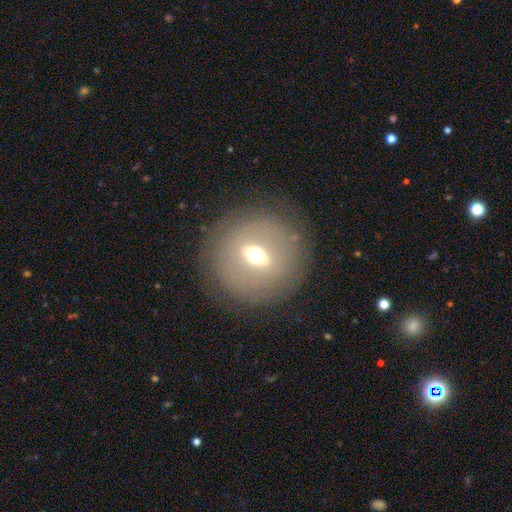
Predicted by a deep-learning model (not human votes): smooth_or_featured: featured or disk (p=0.57) [alt: smooth p=0.31]
disk_edge_on: no (p=0.66) [alt: yes p=0.34]
merging: none (p=0.83) [alt: minor disturbance p=0.10]